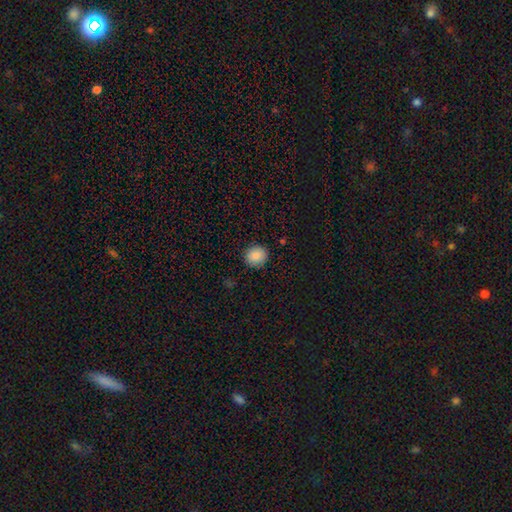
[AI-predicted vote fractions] The model was most divided on "how rounded": round: 88%, in between: 11%, cigar-shaped: 1%. More confident: merging — none (89%); smooth or featured — smooth (86%).